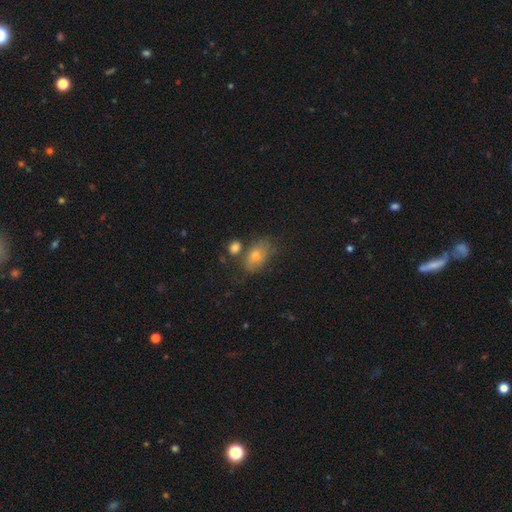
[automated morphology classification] Q: Smooth or featured?
A: smooth (67%); runner-up: featured or disk (20%)
Q: How rounded?
A: in between (79%); runner-up: round (19%)
Q: Merging?
A: none (60%); runner-up: minor disturbance (19%)